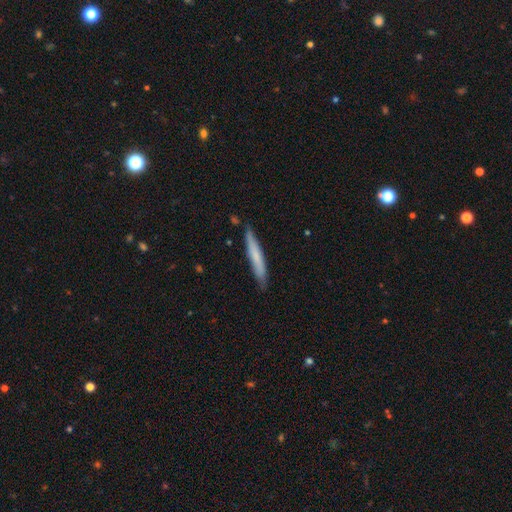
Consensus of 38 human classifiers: This appears to be a smooth galaxy with no disk features (68%) that is cigar-shaped (92%). Merging: none (81%).